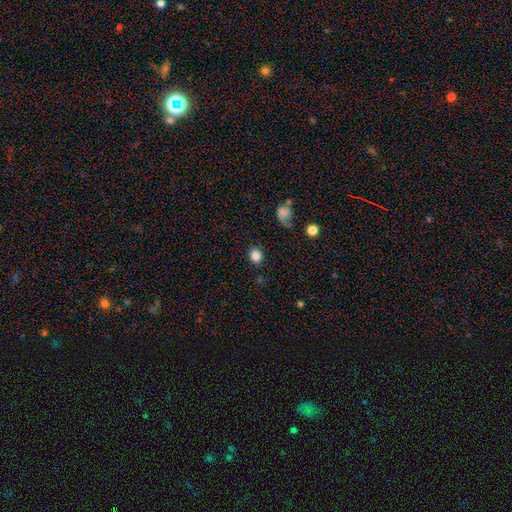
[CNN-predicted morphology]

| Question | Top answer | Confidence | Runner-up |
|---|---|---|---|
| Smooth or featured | smooth | 84% | star or artifact (10%) |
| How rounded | round | 68% | in between (31%) |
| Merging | none | 86% | minor disturbance (9%) |